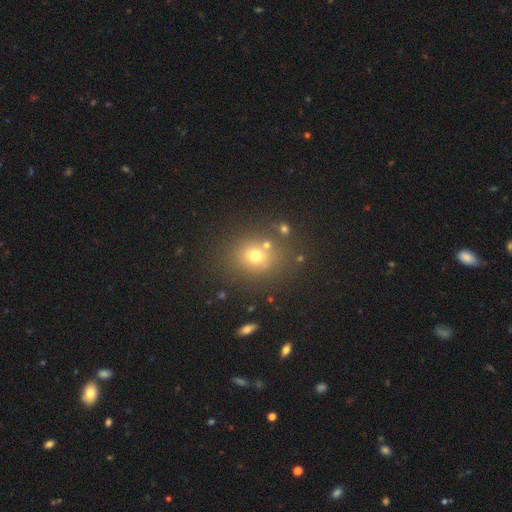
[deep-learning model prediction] Overall: smooth (68%). How rounded: round (71%). Merging: none (75%).